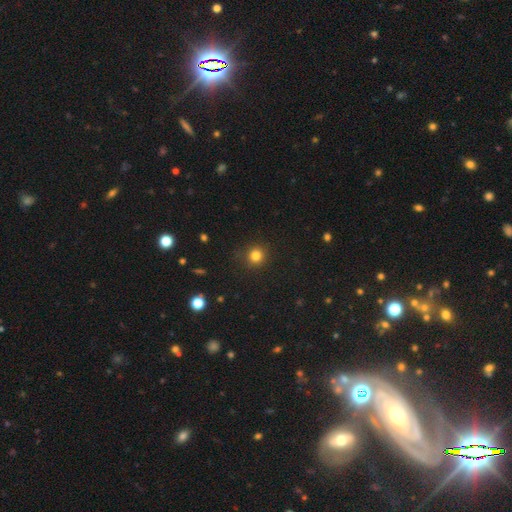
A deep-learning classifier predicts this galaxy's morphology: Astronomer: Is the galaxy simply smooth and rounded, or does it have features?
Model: smooth — 82%.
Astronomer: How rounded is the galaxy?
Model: round — 92%.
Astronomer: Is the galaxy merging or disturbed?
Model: none — 89%.